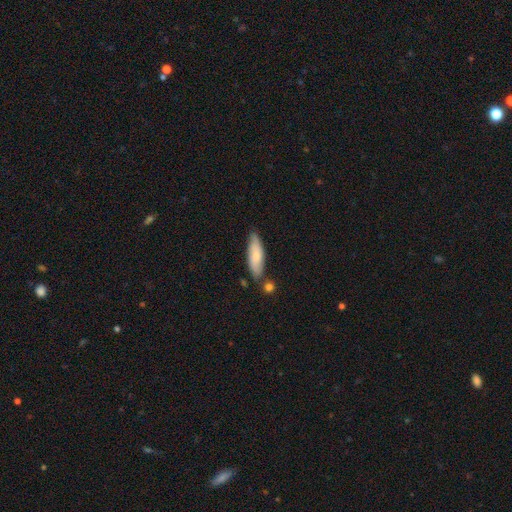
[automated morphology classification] The model was most divided on "how rounded" (2-way tie): cigar-shaped: 49%, in between: 49%, round: 2%. More confident: smooth or featured — smooth (73%); merging — none (69%).